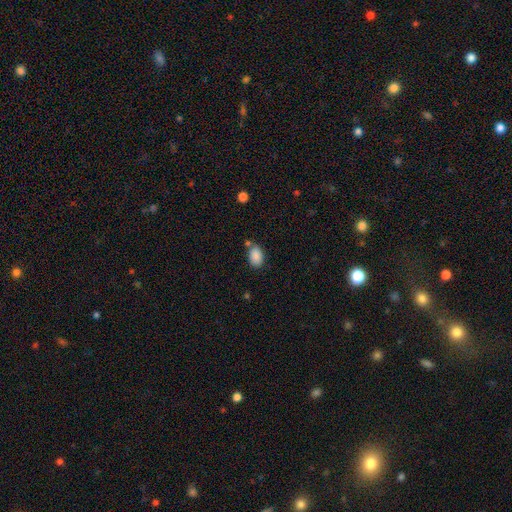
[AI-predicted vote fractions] A smooth galaxy with no disk features (88%) that is in between round and cigar-shaped (88%).

Vote fractions:
- Smooth or featured? smooth: 88% / star or artifact: 8% / featured or disk: 4%
- How rounded? in between: 88% / round: 10% / cigar-shaped: 1%
- Merging? none: 68% / minor disturbance: 17% / merger: 11% / major disturbance: 4%